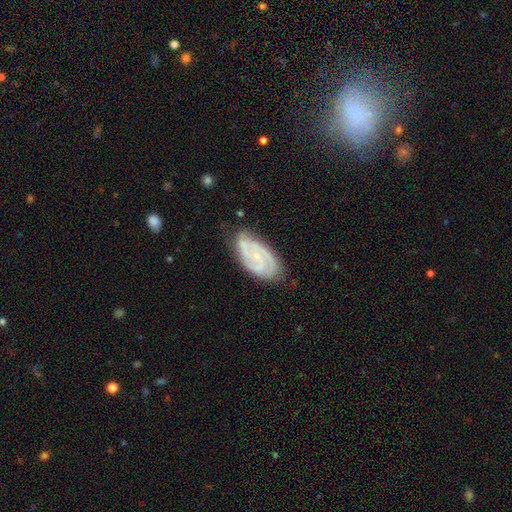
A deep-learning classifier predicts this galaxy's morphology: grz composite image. It shows a featured or disk galaxy (78%) with no bar (63%), 2 (38%) tight (61%) spiral arms (95%) and a small central bulge (72%). Merging: none (72%).